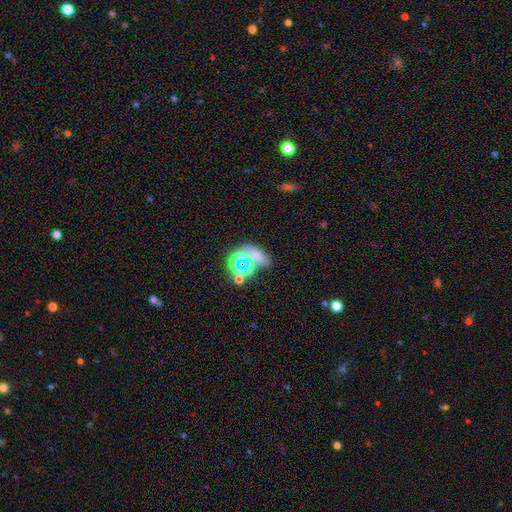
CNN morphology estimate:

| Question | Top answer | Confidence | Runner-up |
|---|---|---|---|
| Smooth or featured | star or artifact | 43% | smooth (42%) |